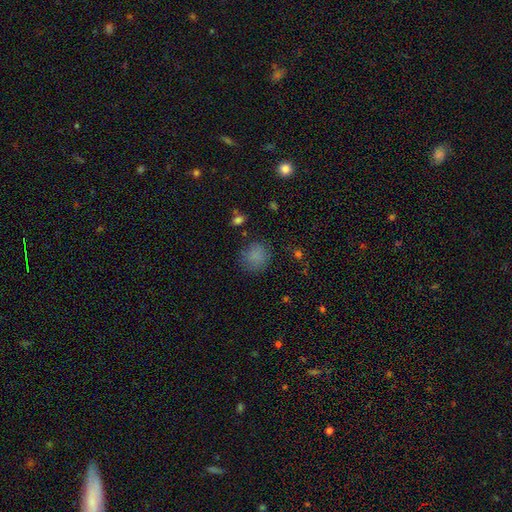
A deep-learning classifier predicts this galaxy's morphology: Smooth or featured?
  - smooth: 82% *
  - star or artifact: 13%
  - featured or disk: 6%
How rounded?
  - round: 84% *
  - in between: 15%
  - cigar-shaped: 1%
Merging?
  - none: 78% *
  - minor disturbance: 15%
  - major disturbance: 5%
  - merger: 2%